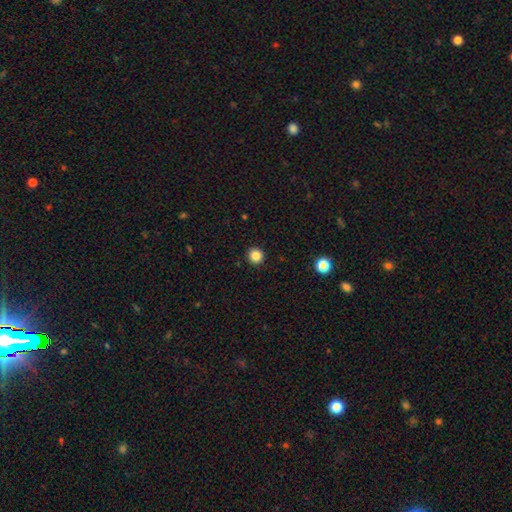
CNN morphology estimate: This is clearly a smooth galaxy (85%). How rounded: clearly round (95%). Merging: clearly none (93%).